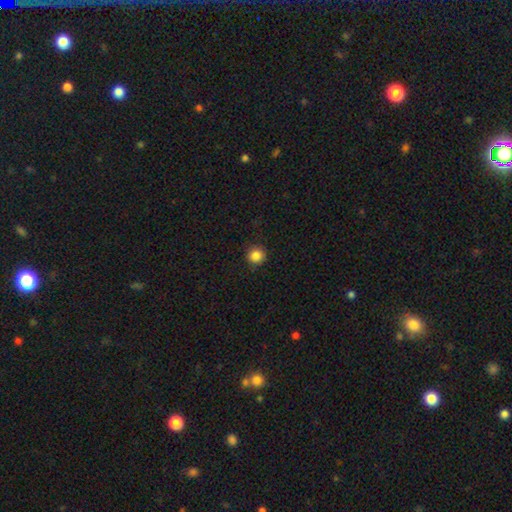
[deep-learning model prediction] Smooth or featured?
  - smooth: 85% *
  - star or artifact: 11%
  - featured or disk: 4%
How rounded?
  - round: 95% *
  - in between: 4%
  - cigar-shaped: 1%
Merging?
  - none: 91% *
  - minor disturbance: 6%
  - major disturbance: 2%
  - merger: 1%